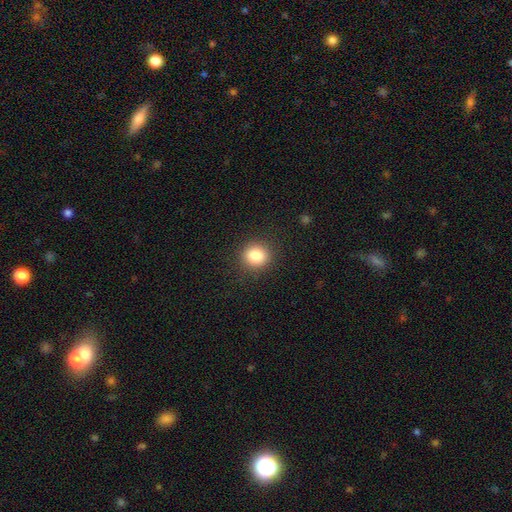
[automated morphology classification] A smooth galaxy with no disk features (84%) that is round (87%).

Vote fractions:
- Smooth or featured? smooth: 84% / star or artifact: 11% / featured or disk: 6%
- How rounded? round: 87% / in between: 12% / cigar-shaped: 1%
- Merging? none: 90% / minor disturbance: 7% / major disturbance: 2% / merger: 1%